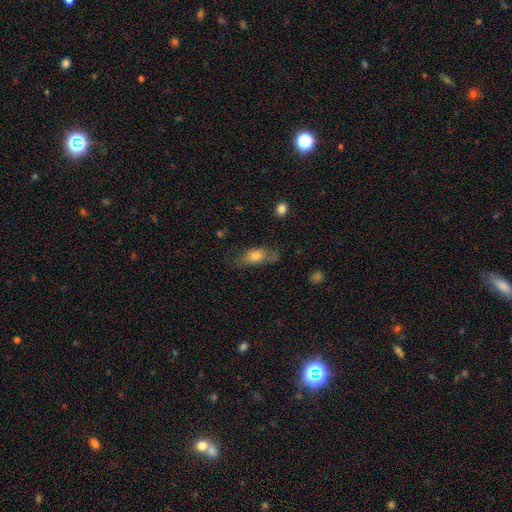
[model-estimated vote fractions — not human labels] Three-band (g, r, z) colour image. It shows a smooth galaxy with no disk features (68%) that is in between round and cigar-shaped (75%). Merging: none (57%).